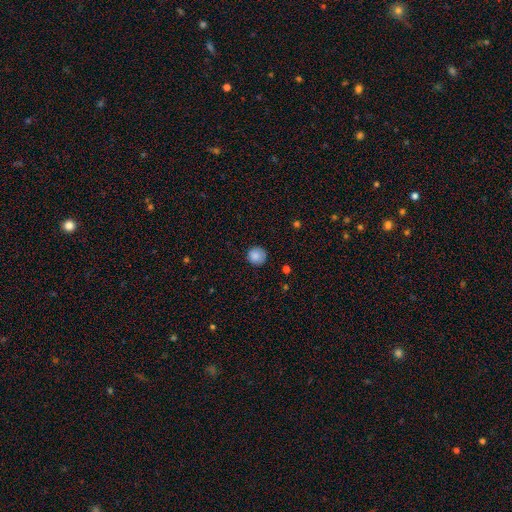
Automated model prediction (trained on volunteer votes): Smooth or featured? Predicted: smooth (p=0.86). How rounded? Predicted: round (p=0.93). Merging? Predicted: none (p=0.87).